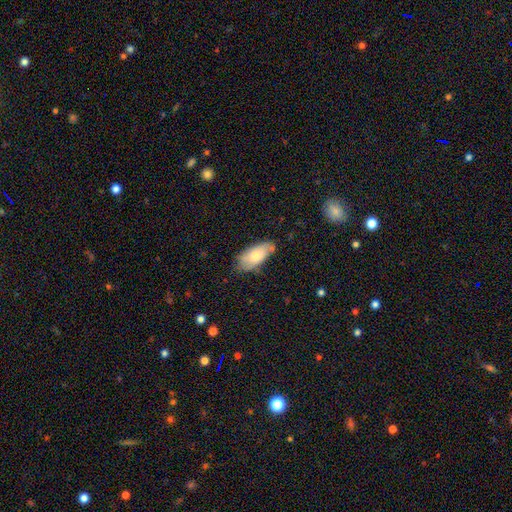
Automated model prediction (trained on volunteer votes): A smooth galaxy with no disk features (75%) that is in between round and cigar-shaped (89%).

Vote fractions:
- Smooth or featured? smooth: 75% / featured or disk: 19% / star or artifact: 6%
- How rounded? in between: 89% / cigar-shaped: 9% / round: 2%
- Merging? none: 67% / minor disturbance: 25% / major disturbance: 5% / merger: 3%